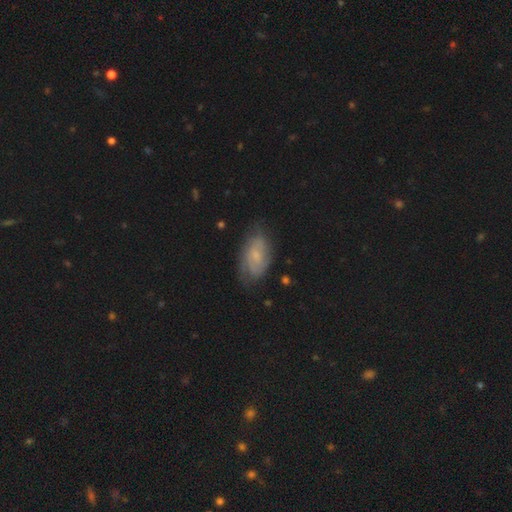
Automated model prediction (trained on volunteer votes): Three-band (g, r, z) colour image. It shows a featured or disk galaxy (46%). Merging: none (64%).